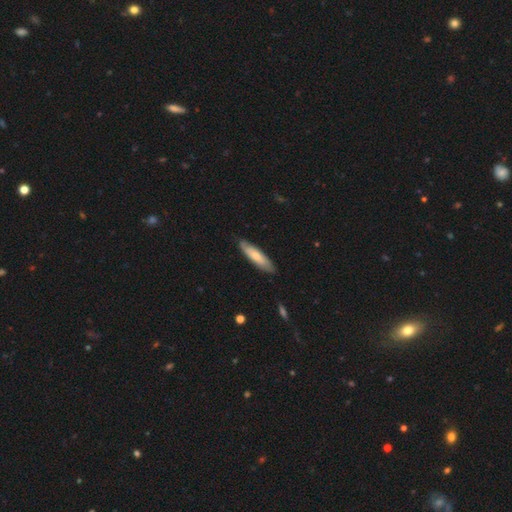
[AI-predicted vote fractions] smooth_or_featured: smooth (p=0.64) [alt: featured or disk p=0.31]
how_rounded: cigar-shaped (p=0.68) [alt: in between p=0.30]
merging: none (p=0.81) [alt: minor disturbance p=0.15]